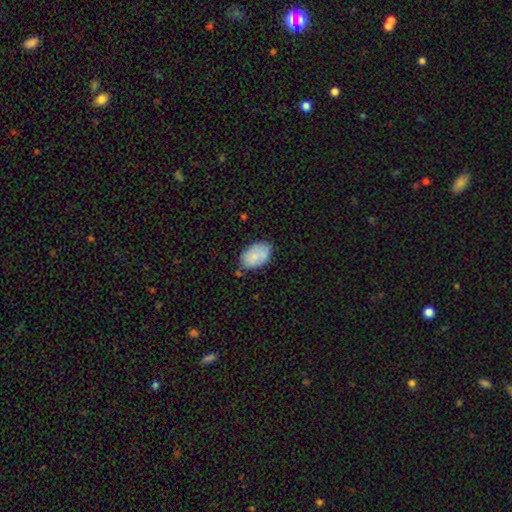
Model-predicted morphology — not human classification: A smooth galaxy with no disk features (82%) that is in between round and cigar-shaped (92%).

Vote fractions:
- Smooth or featured? smooth: 82% / featured or disk: 11% / star or artifact: 7%
- How rounded? in between: 92% / round: 7% / cigar-shaped: 1%
- Merging? none: 66% / minor disturbance: 23% / merger: 6% / major disturbance: 5%